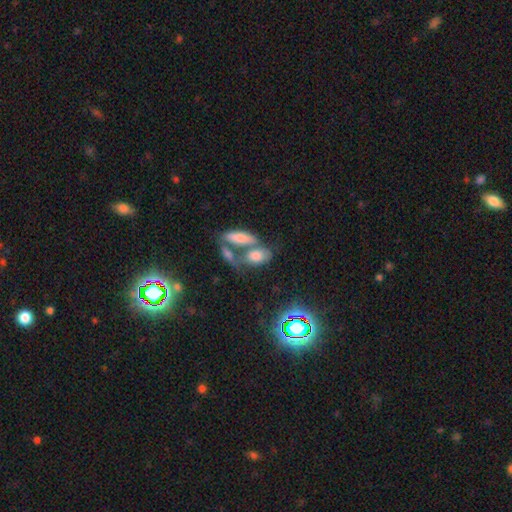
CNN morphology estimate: A smooth galaxy with no disk features (70%) that is in between round and cigar-shaped (84%). Merging: merger (51%).